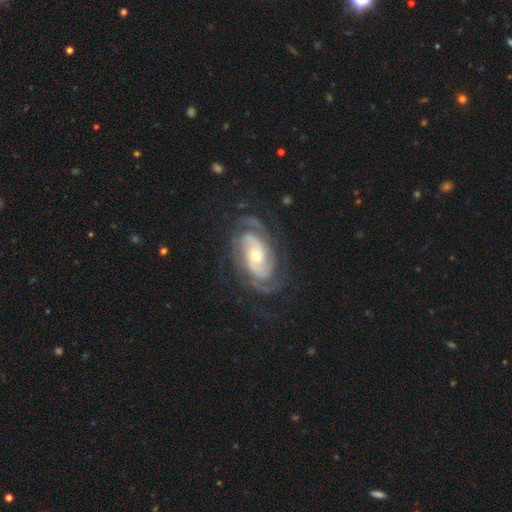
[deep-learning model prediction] Q: Smooth or featured?
A: featured or disk (90%); runner-up: smooth (6%)
Q: Edge-on disk?
A: no (96%); runner-up: yes (4%)
Q: Bar?
A: no (64%); runner-up: weak (24%)
Q: Spiral arms?
A: yes (97%); runner-up: no (3%)
Q: Spiral winding?
A: tight (60%); runner-up: medium (31%)
Q: Spiral arm count?
A: 2 (42%); runner-up: 3 (22%)
Q: Bulge size?
A: moderate (56%); runner-up: small (39%)
Q: Merging?
A: none (72%); runner-up: minor disturbance (16%)